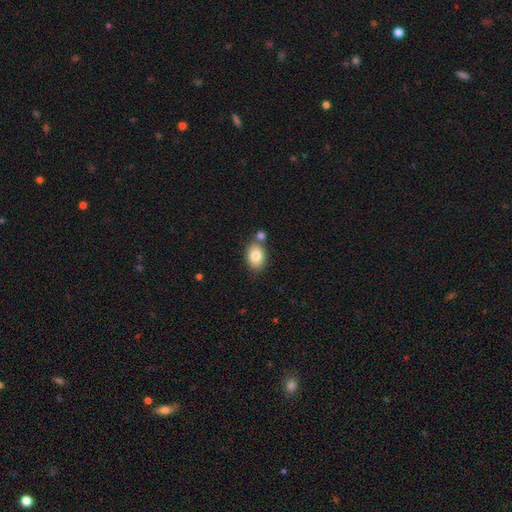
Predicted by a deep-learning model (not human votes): Q: Smooth or featured?
A: smooth (83%); runner-up: featured or disk (9%)
Q: How rounded?
A: in between (80%); runner-up: round (18%)
Q: Merging?
A: none (63%); runner-up: merger (21%)